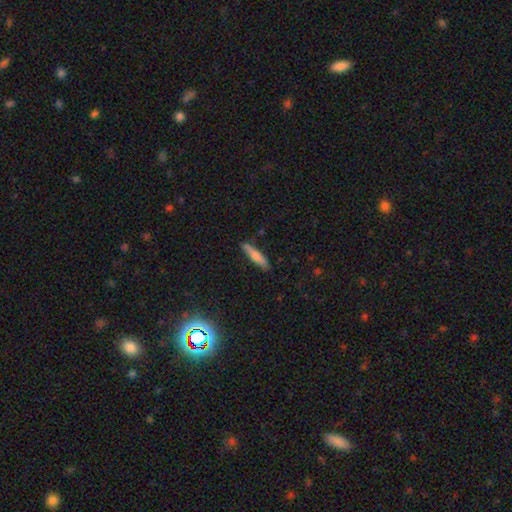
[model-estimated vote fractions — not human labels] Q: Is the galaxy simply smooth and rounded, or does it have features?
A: smooth — 73%.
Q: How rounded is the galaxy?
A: cigar-shaped — 87%.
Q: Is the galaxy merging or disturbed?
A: none — 82%.